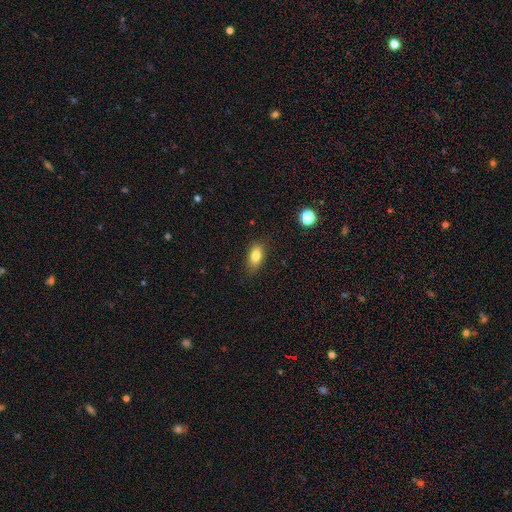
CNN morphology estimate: Smooth or featured?
  - smooth: 82% *
  - featured or disk: 10%
  - star or artifact: 9%
How rounded?
  - in between: 86% *
  - cigar-shaped: 7%
  - round: 7%
Merging?
  - none: 81% *
  - minor disturbance: 15%
  - major disturbance: 3%
  - merger: 1%